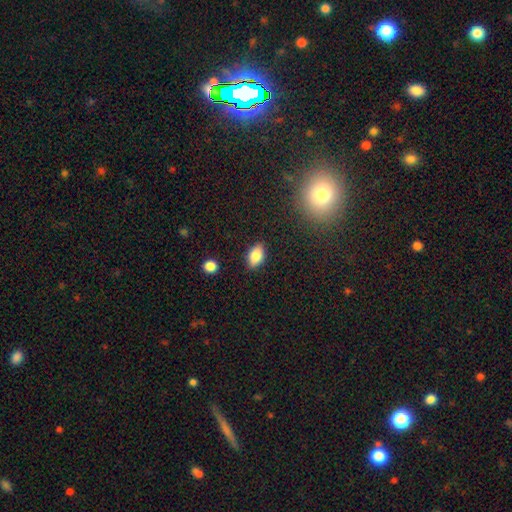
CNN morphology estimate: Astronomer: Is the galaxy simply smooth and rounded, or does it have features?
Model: smooth — 80%.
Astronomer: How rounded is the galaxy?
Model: in between — 88%.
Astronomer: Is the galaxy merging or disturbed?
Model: none — 85%.